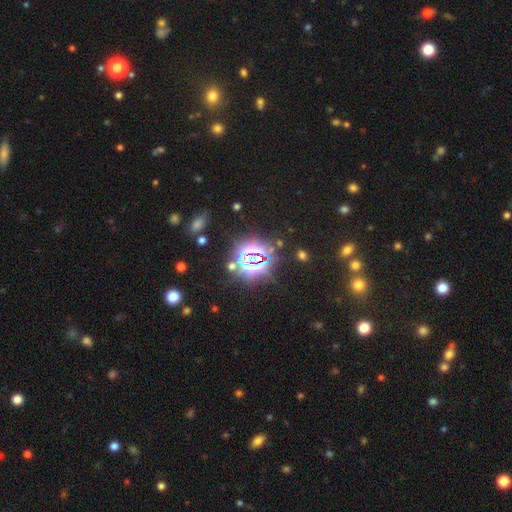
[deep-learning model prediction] Smooth or featured?
  - star or artifact: 78% *
  - smooth: 13%
  - featured or disk: 8%